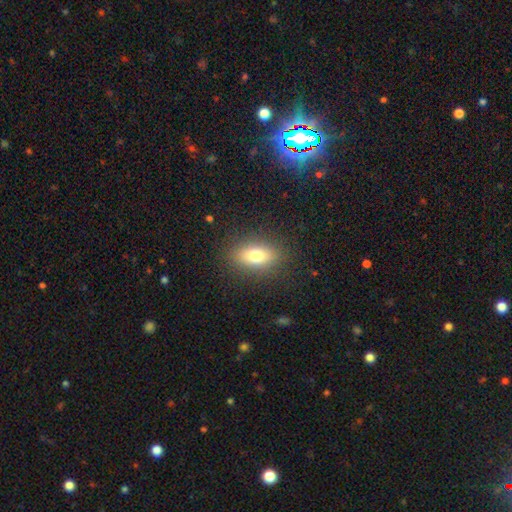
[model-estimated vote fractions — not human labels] This appears to be a smooth galaxy with no disk features (76%) that is in between round and cigar-shaped (80%). Merging: none (86%).